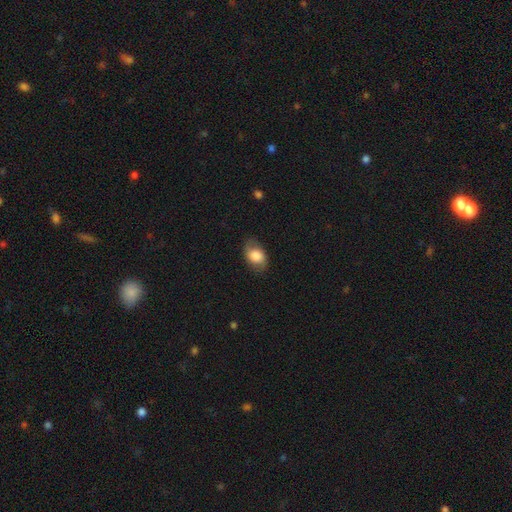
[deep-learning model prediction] smooth-or-featured: smooth: 70% | featured or disk: 23% | star or artifact: 7%
  how-rounded: in between: 81% | round: 18% | cigar-shaped: 1%
  merging: none: 75% | minor disturbance: 18% | major disturbance: 6% | merger: 1%